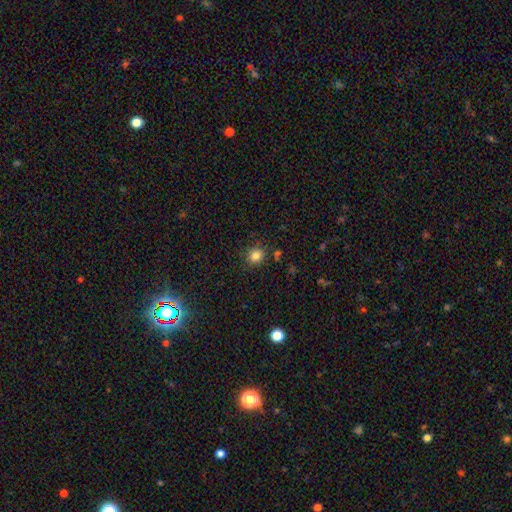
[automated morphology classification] Q: Smooth or featured?
A: smooth (83%); runner-up: star or artifact (12%)
Q: How rounded?
A: round (89%); runner-up: in between (10%)
Q: Merging?
A: none (86%); runner-up: minor disturbance (8%)